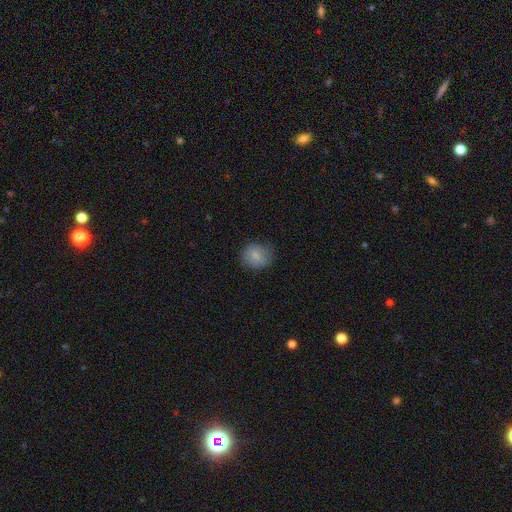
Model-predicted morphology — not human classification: The model was most divided on "how rounded": round: 74%, in between: 25%, cigar-shaped: 1%. More confident: smooth or featured — smooth (79%); merging — none (76%).